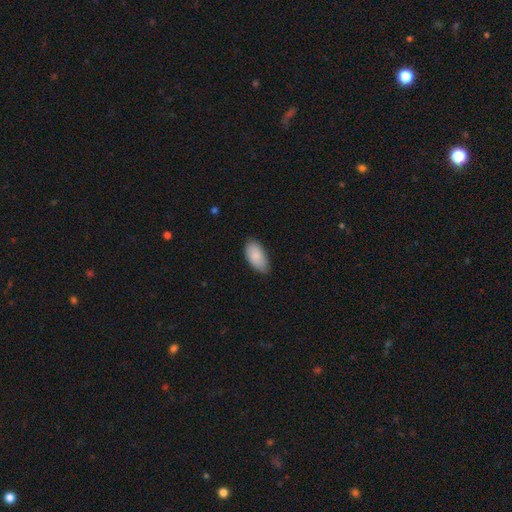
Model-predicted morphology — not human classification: A smooth galaxy with no disk features (87%) that is in between round and cigar-shaped (94%). Merging: none (73%).